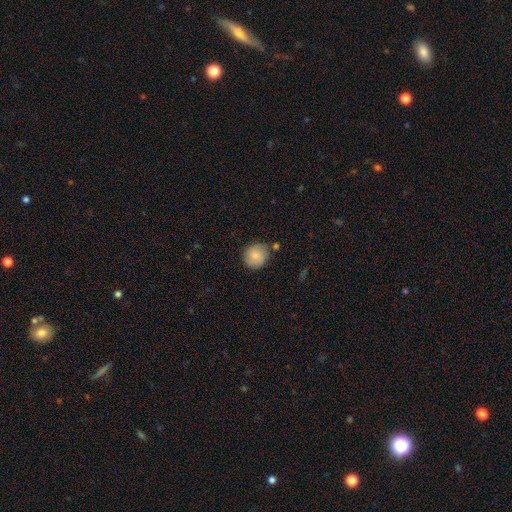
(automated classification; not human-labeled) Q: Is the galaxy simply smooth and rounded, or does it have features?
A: smooth — 85%.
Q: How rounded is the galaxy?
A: round — 88%.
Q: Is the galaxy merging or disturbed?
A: none — 76%.